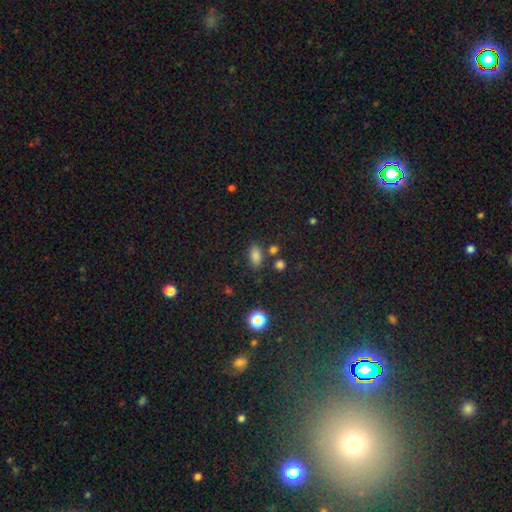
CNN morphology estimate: type=smooth (80%); roundness=in between (85%); merging=none (77%).